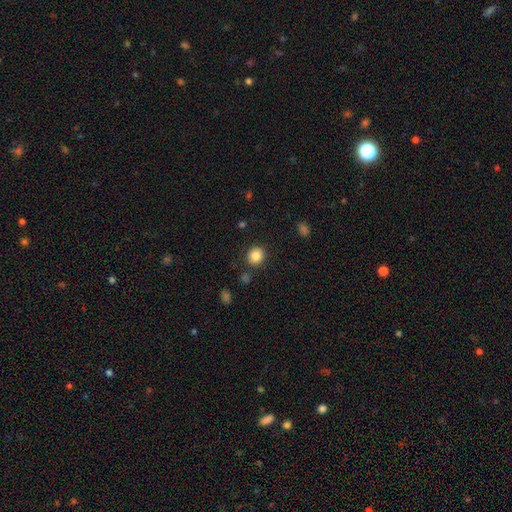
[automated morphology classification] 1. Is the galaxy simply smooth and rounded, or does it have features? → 85% smooth, 10% star or artifact, 6% featured or disk.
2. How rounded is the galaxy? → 82% round, 17% in between, 1% cigar-shaped.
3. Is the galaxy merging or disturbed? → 87% none, 8% minor disturbance, 3% merger, 3% major disturbance.